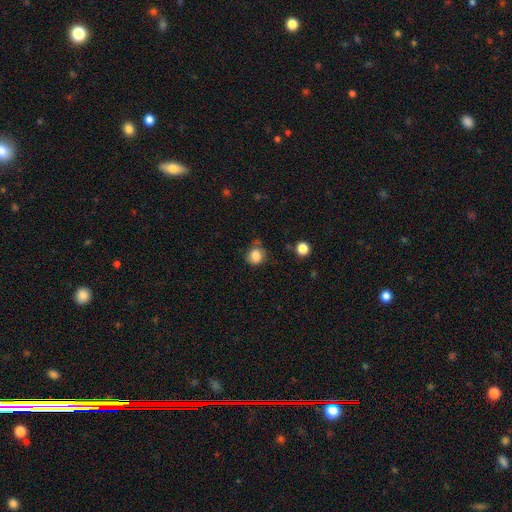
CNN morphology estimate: Smooth or featured: smooth — 85% (star or artifact — 10%)
How rounded: round — 82% (in between — 17%)
Merging: none — 63% (minor disturbance — 24%)